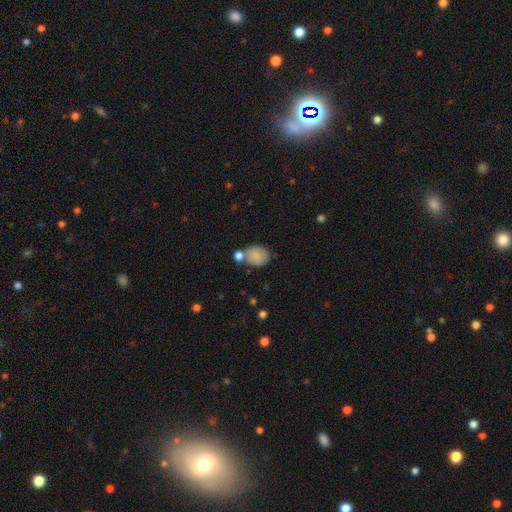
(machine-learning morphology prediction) smooth_or_featured: smooth (p=0.84) [alt: featured or disk p=0.08]
how_rounded: in between (p=0.53) [alt: round p=0.46]
merging: none (p=0.57) [alt: merger p=0.22]